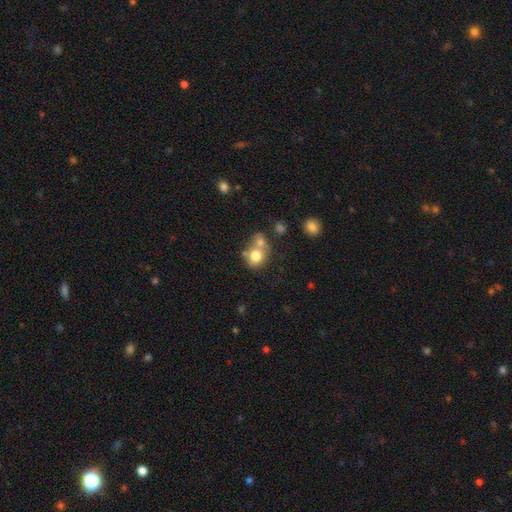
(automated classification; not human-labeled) smooth 75%, featured or disk 14%, star or artifact 10%. Down the decision tree: how rounded — round (69%); merging — merger (46%).